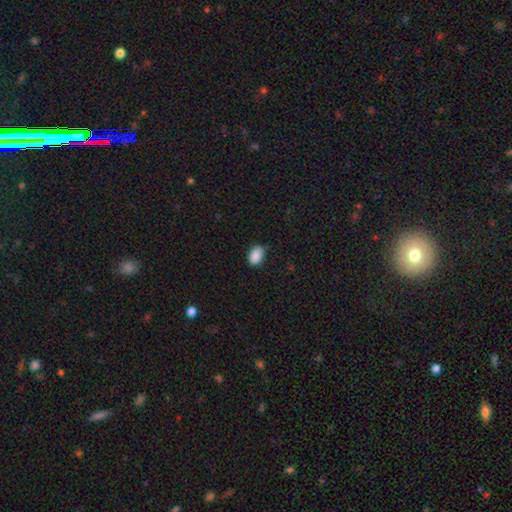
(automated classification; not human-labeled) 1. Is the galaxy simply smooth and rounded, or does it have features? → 89% smooth, 8% star or artifact, 3% featured or disk.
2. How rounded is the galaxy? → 84% in between, 15% round, 1% cigar-shaped.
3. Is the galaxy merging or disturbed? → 74% none, 21% minor disturbance, 3% major disturbance, 1% merger.